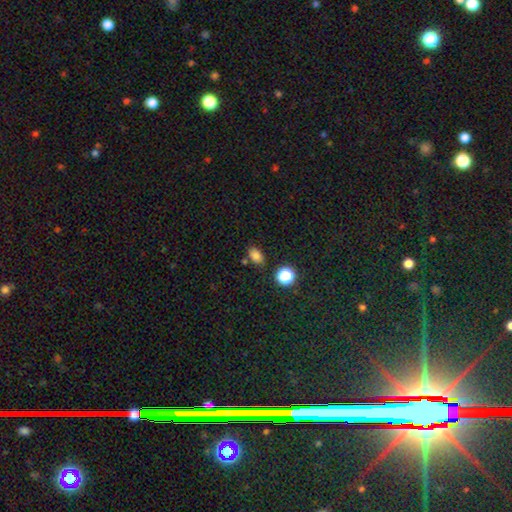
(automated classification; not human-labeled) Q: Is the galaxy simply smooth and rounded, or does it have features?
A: smooth — 80%.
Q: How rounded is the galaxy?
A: in between — 81%.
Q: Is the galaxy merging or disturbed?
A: none — 76%.